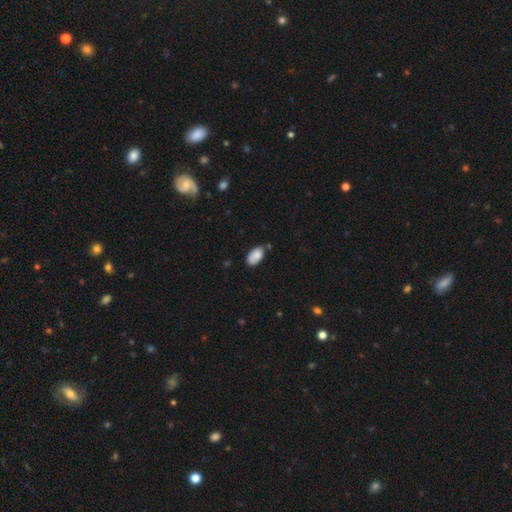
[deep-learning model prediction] A smooth galaxy with no disk features (83%) that is in between round and cigar-shaped (95%). Merging: none (69%).